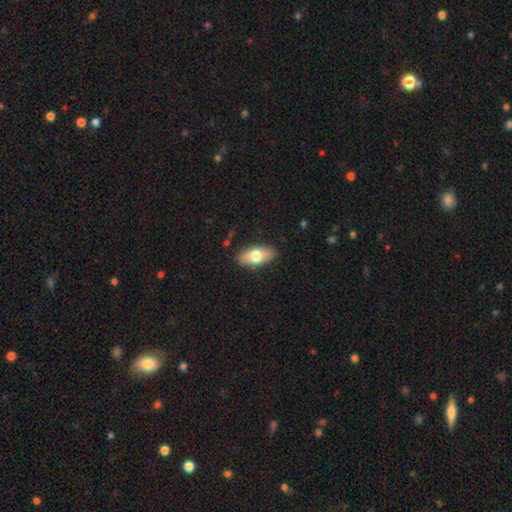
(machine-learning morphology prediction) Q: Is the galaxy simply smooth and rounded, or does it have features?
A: smooth — 70%.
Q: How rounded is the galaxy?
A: in between — 87%.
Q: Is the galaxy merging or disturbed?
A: none — 87%.